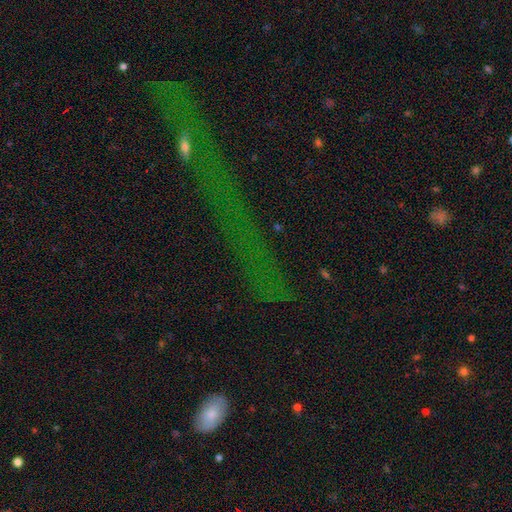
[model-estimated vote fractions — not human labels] Smooth or featured?
  - star or artifact: 62% *
  - smooth: 22%
  - featured or disk: 16%